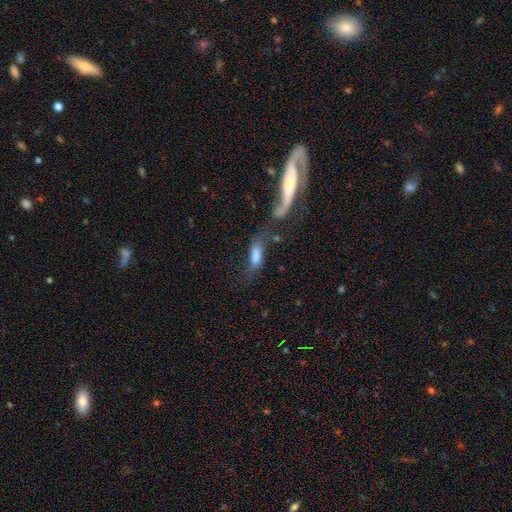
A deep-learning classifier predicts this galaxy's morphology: Smooth or featured?
  - smooth: 60% *
  - featured or disk: 29%
  - star or artifact: 11%
How rounded?
  - in between: 61% *
  - cigar-shaped: 34%
  - round: 5%
Merging?
  - merger: 41% *
  - none: 28%
  - major disturbance: 18%
  - minor disturbance: 13%